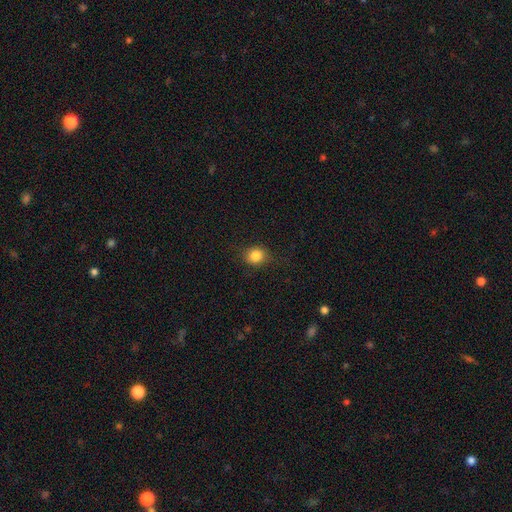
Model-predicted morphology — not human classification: type=smooth (84%); roundness=round (73%); merging=none (81%).